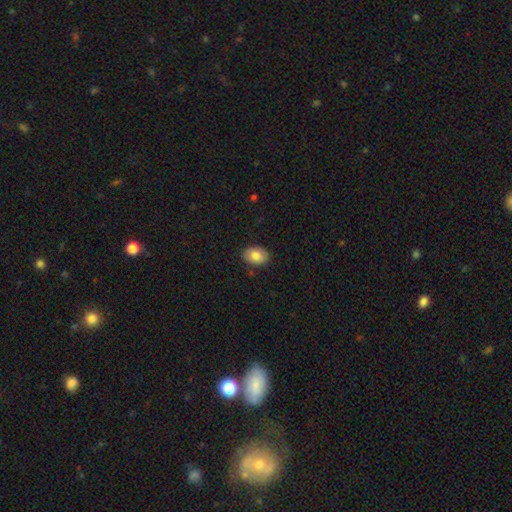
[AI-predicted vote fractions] The model was most divided on "how rounded": in between: 79%, round: 20%, cigar-shaped: 1%. More confident: merging — none (87%); smooth or featured — smooth (81%).